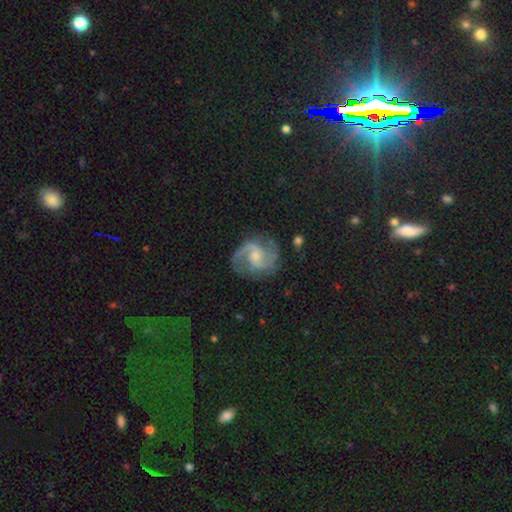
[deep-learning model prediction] Smooth or featured? Predicted: featured or disk (p=0.85). Edge-on disk? Predicted: no (p=0.98). Bar? Predicted: no (p=0.52). Spiral arms? Predicted: yes (p=0.96). Spiral winding? Predicted: medium (p=0.54). Spiral arm count? Predicted: 2 (p=0.75). Bulge size? Predicted: small (p=0.47). Merging? Predicted: none (p=0.70).